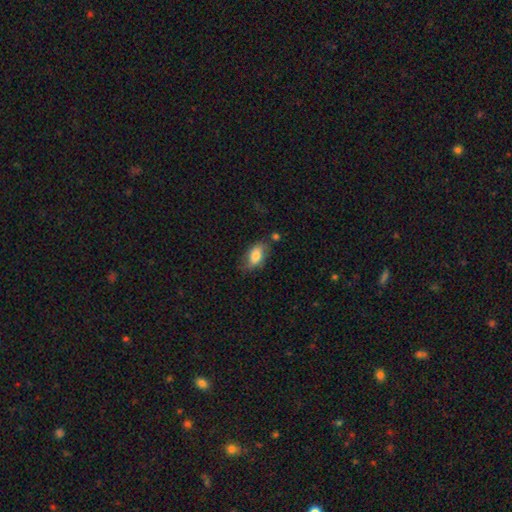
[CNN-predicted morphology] A smooth galaxy with no disk features (76%) that is in between round and cigar-shaped (90%).

Vote fractions:
- Smooth or featured? smooth: 76% / featured or disk: 16% / star or artifact: 7%
- How rounded? in between: 90% / round: 6% / cigar-shaped: 4%
- Merging? none: 62% / minor disturbance: 25% / major disturbance: 7% / merger: 6%